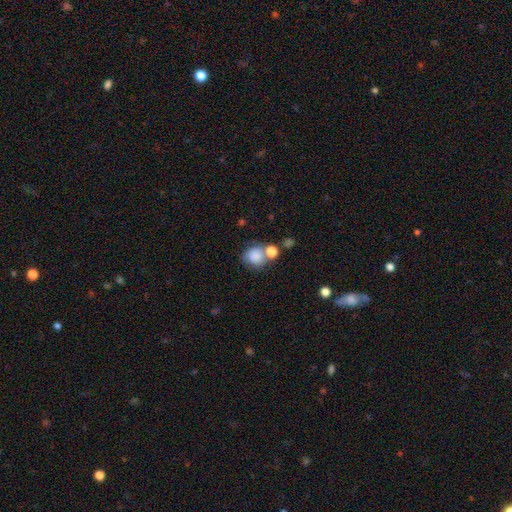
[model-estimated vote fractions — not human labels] A smooth galaxy with no disk features (82%) that is round (80%).

Vote fractions:
- Smooth or featured? smooth: 82% / star or artifact: 10% / featured or disk: 8%
- How rounded? round: 80% / in between: 19% / cigar-shaped: 1%
- Merging? none: 50% / merger: 30% / minor disturbance: 13% / major disturbance: 7%